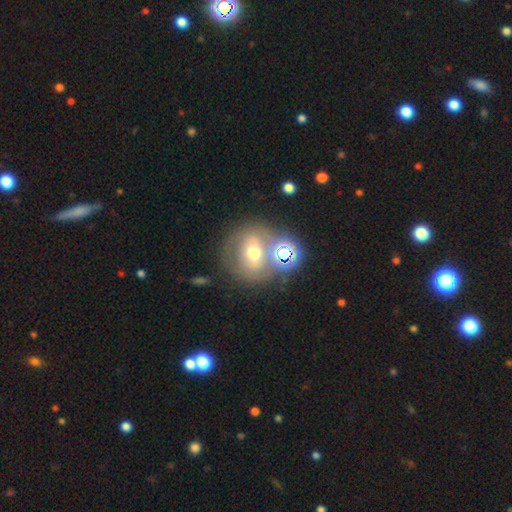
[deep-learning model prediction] Smooth or featured? Predicted: featured or disk (p=0.46). Merging? Predicted: none (p=0.59).